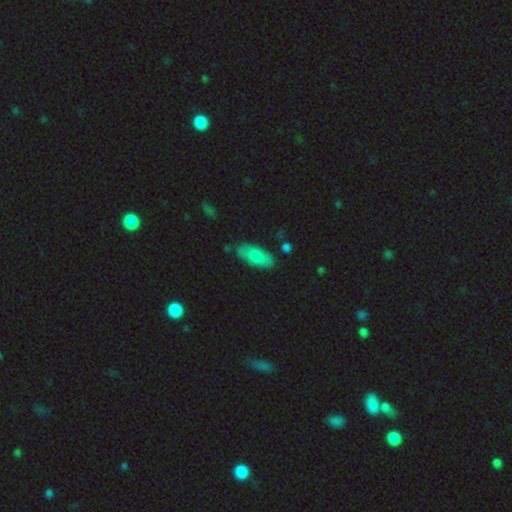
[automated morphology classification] type=smooth (73%); roundness=in between (87%); merging=none (79%).